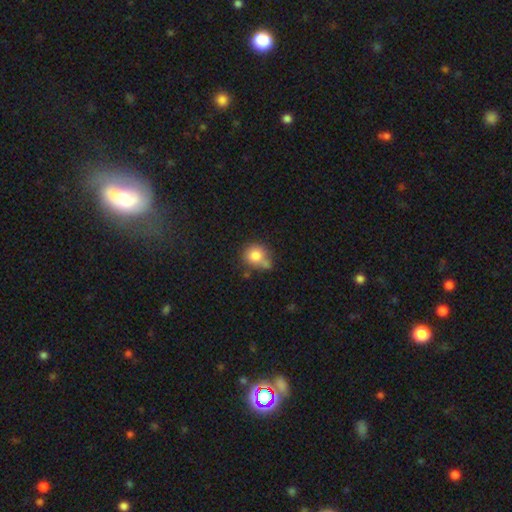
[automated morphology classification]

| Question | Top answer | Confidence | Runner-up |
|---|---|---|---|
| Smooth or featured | smooth | 79% | featured or disk (11%) |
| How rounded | round | 81% | in between (18%) |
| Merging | none | 51% | minor disturbance (21%) |